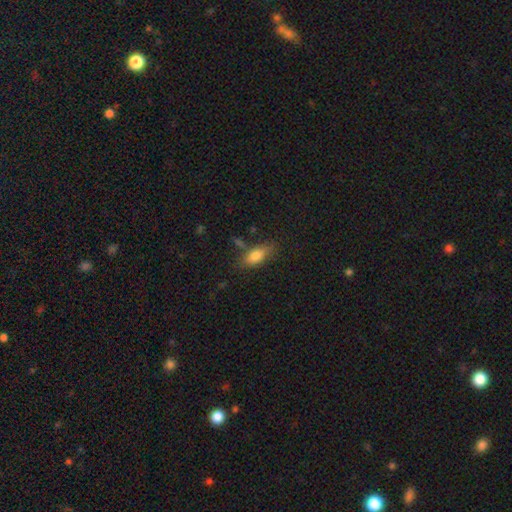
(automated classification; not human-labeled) Smooth or featured?
  - smooth: 79% *
  - featured or disk: 13%
  - star or artifact: 8%
How rounded?
  - in between: 81% *
  - cigar-shaped: 14%
  - round: 5%
Merging?
  - none: 67% *
  - minor disturbance: 20%
  - merger: 7%
  - major disturbance: 6%